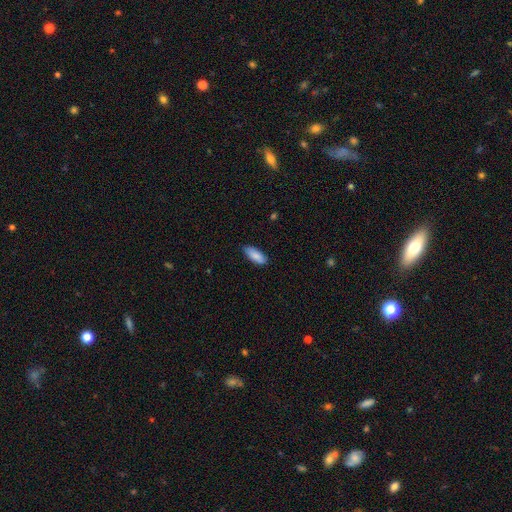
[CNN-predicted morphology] smooth 87%, featured or disk 7%, star or artifact 6%. Down the decision tree: how rounded — in between (77%); merging — none (83%).